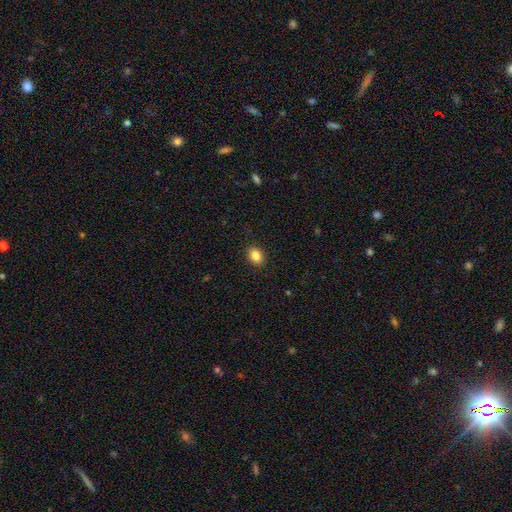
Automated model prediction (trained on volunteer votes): Morphology: type=smooth (85%); roundness=in between (66%); merging=none (90%).